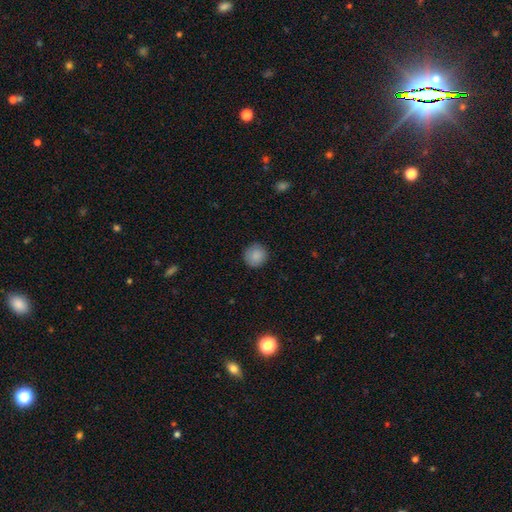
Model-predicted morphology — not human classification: A smooth galaxy with no disk features (88%) that is round (93%).

Vote fractions:
- Smooth or featured? smooth: 88% / star or artifact: 8% / featured or disk: 4%
- How rounded? round: 93% / in between: 6% / cigar-shaped: 1%
- Merging? none: 89% / minor disturbance: 8% / major disturbance: 2% / merger: 1%